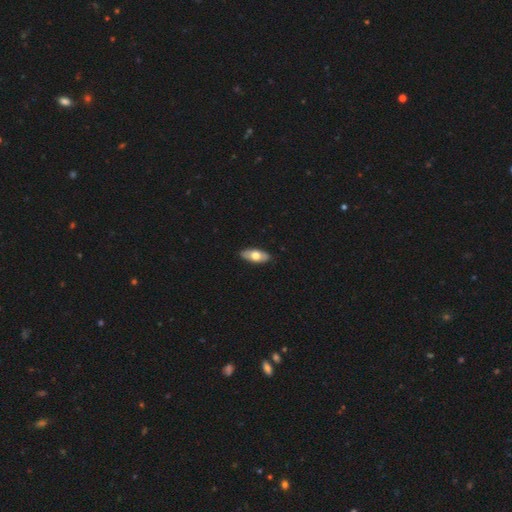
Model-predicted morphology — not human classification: A smooth galaxy with no disk features (65%) that is in between round and cigar-shaped (86%).

Vote fractions:
- Smooth or featured? smooth: 65% / featured or disk: 29% / star or artifact: 5%
- How rounded? in between: 86% / cigar-shaped: 11% / round: 3%
- Merging? none: 89% / minor disturbance: 8% / major disturbance: 2% / merger: 1%